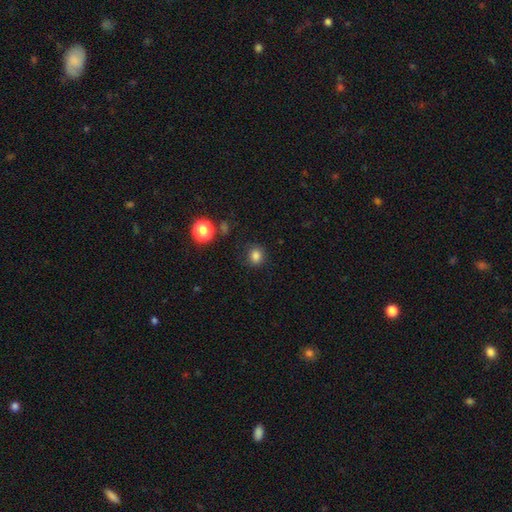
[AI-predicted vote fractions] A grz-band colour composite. It shows a smooth galaxy with no disk features (82%) that is round (75%). Merging: none (87%).